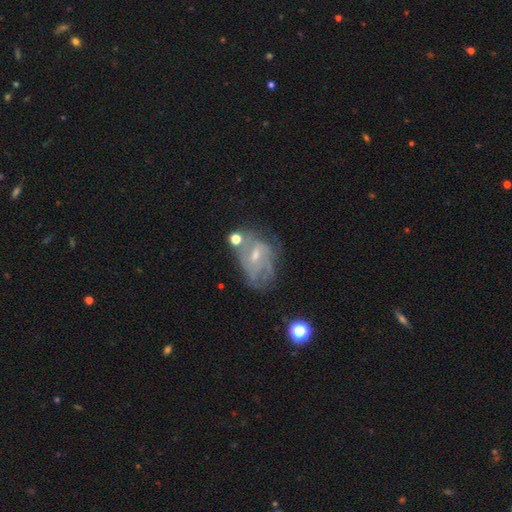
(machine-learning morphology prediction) Smooth or featured? featured or disk (71%)
Edge-on disk? no (96%)
Bar? weak (50%)
Spiral arms? yes (72%)
Bulge size? small (57%)
Merging? none (43%)